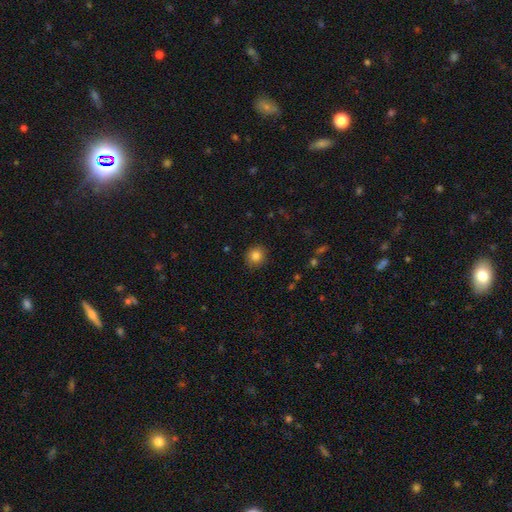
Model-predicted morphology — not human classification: Smooth or featured: smooth — 84% (star or artifact — 11%)
How rounded: round — 89% (in between — 10%)
Merging: none — 88% (minor disturbance — 9%)